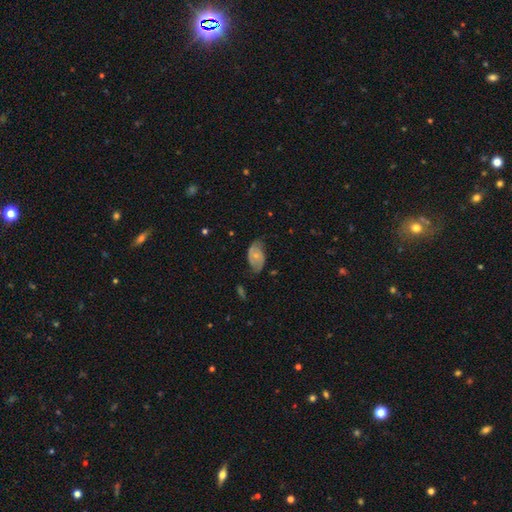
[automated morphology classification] smooth-or-featured: featured or disk: 55% | smooth: 38% | star or artifact: 7%
  disk-edge-on: no: 95% | yes: 5%
    bar: no: 68% | weak: 26% | strong: 5%
    has-spiral-arms: yes: 78% | no: 22%
    bulge-size: small: 64% | moderate: 30% | none: 4% | large: 1% | dominant: 1%
  merging: none: 54% | minor disturbance: 33% | major disturbance: 11% | merger: 2%